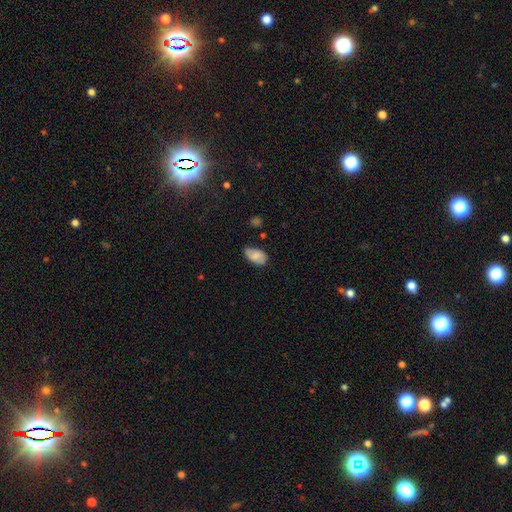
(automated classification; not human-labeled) This appears to be a smooth galaxy with no disk features (76%) that is in between round and cigar-shaped (93%). Merging: none (65%).